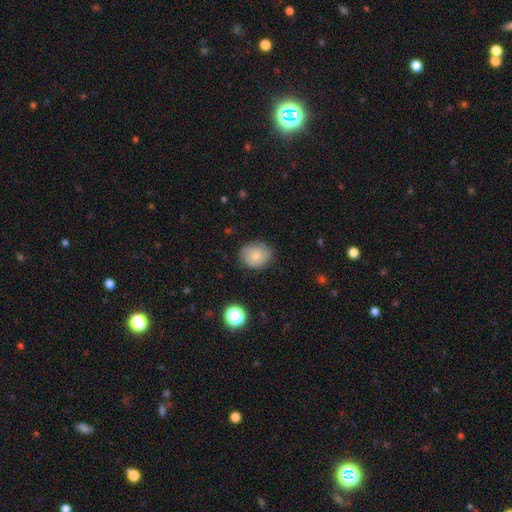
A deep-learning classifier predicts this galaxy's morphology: This appears to be a smooth galaxy with no disk features (65%) that is round (62%). Merging: none (72%).